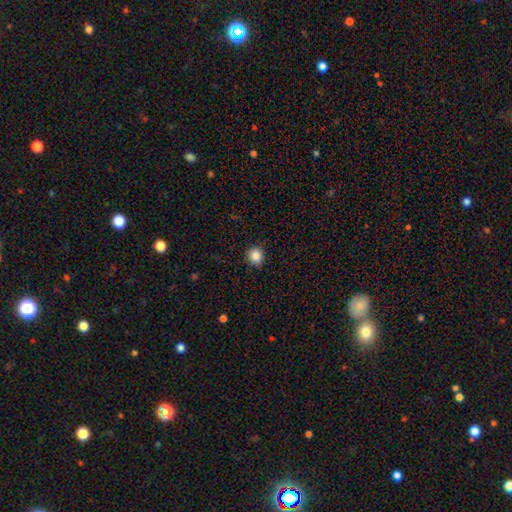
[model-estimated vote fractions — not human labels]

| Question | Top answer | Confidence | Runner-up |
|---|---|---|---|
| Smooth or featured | smooth | 85% | star or artifact (10%) |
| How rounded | round | 83% | in between (16%) |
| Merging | none | 89% | minor disturbance (8%) |